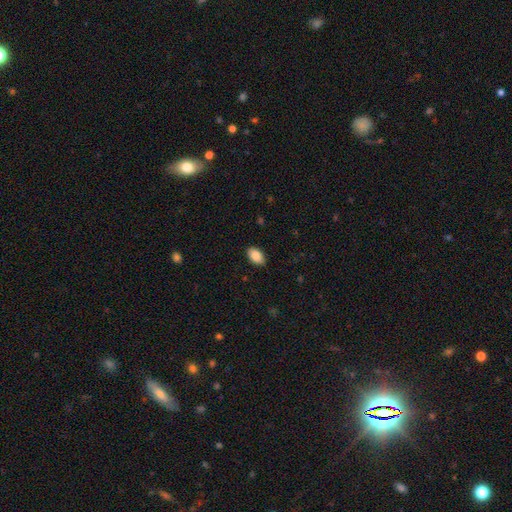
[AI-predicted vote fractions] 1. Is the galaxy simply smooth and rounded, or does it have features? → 89% smooth, 7% star or artifact, 4% featured or disk.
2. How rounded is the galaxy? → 92% in between, 7% round, 1% cigar-shaped.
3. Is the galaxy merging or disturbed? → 87% none, 10% minor disturbance, 2% major disturbance, 1% merger.